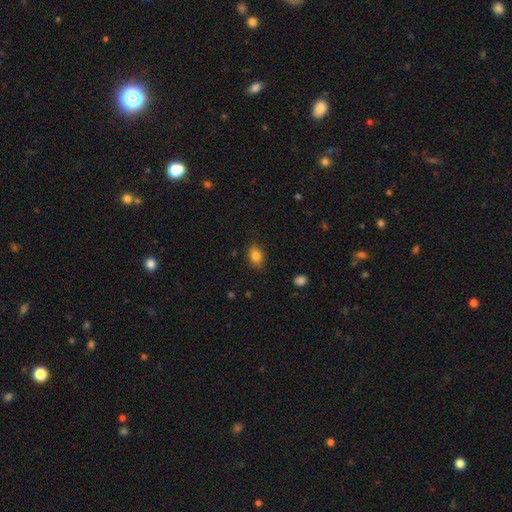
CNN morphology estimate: A smooth galaxy with no disk features (85%) that is in between round and cigar-shaped (65%).

Vote fractions:
- Smooth or featured? smooth: 85% / star or artifact: 10% / featured or disk: 5%
- How rounded? in between: 65% / round: 34% / cigar-shaped: 1%
- Merging? none: 82% / minor disturbance: 13% / major disturbance: 3% / merger: 1%